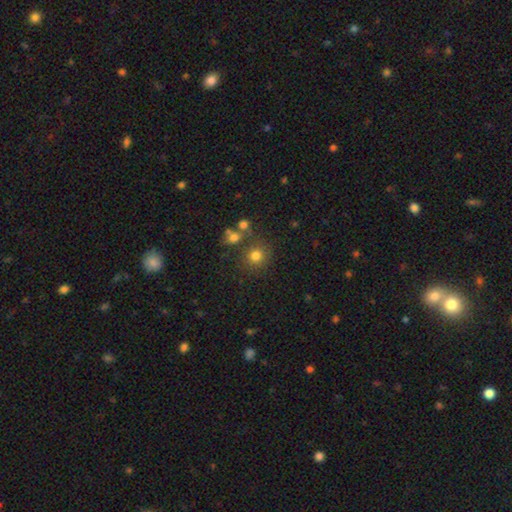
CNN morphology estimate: type=smooth (77%); roundness=round (88%); merging=none (74%).